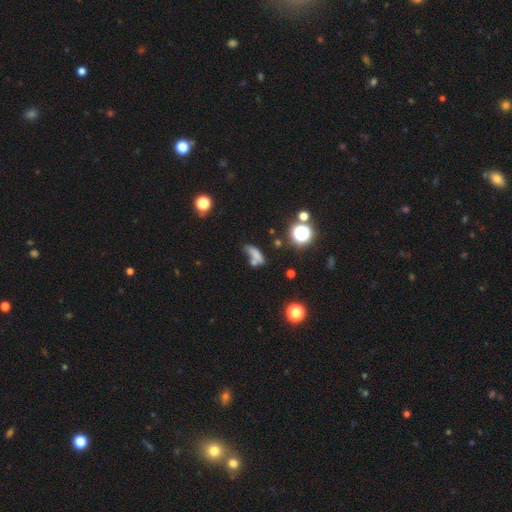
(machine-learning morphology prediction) A smooth galaxy with no disk features (62%) that is in between round and cigar-shaped (64%). Merging: merger (34%).